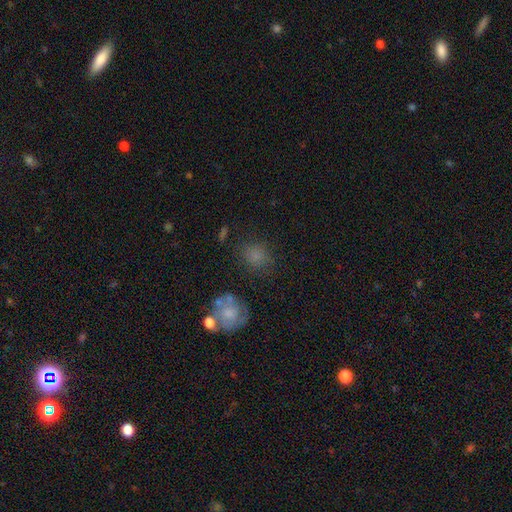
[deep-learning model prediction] Smooth or featured: smooth — 73% (star or artifact — 15%)
How rounded: round — 72% (in between — 27%)
Merging: none — 72% (minor disturbance — 16%)